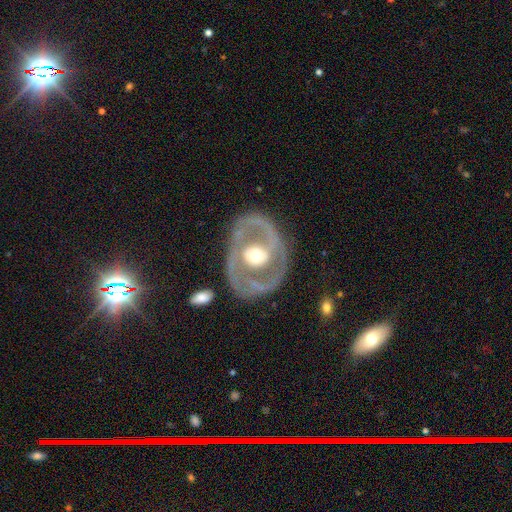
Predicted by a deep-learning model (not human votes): The model was most divided on "spiral arms": yes: 53%, no: 47%. More confident: edge-on disk — no (95%); smooth or featured — featured or disk (79%); merging — none (74%); bulge size — moderate (71%); bar — no (56%).